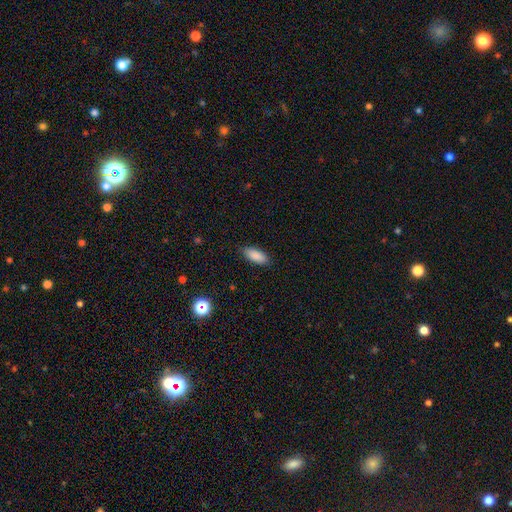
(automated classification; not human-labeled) smooth-or-featured: smooth: 88% | star or artifact: 7% | featured or disk: 5%
  how-rounded: in between: 81% | cigar-shaped: 17% | round: 2%
  merging: none: 87% | minor disturbance: 9% | major disturbance: 2% | merger: 1%